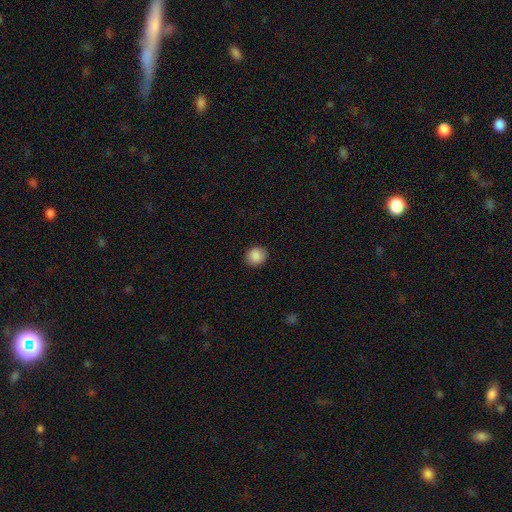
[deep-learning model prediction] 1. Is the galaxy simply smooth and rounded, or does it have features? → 89% smooth, 9% star or artifact, 3% featured or disk.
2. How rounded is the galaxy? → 82% round, 17% in between, 1% cigar-shaped.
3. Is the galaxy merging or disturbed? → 91% none, 6% minor disturbance, 2% major disturbance, 1% merger.